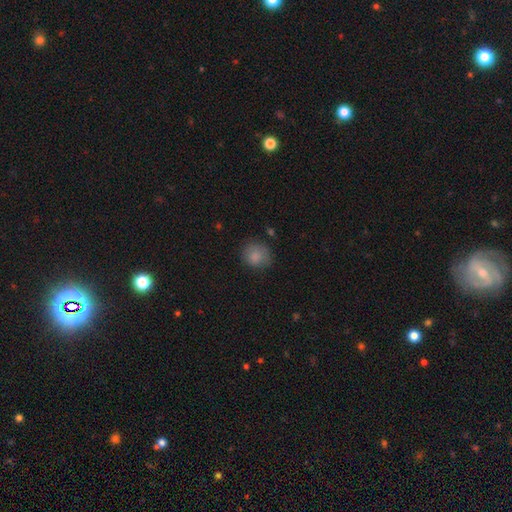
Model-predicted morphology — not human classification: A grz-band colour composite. It shows a smooth galaxy with no disk features (84%) that is round (81%). Merging: none (73%).